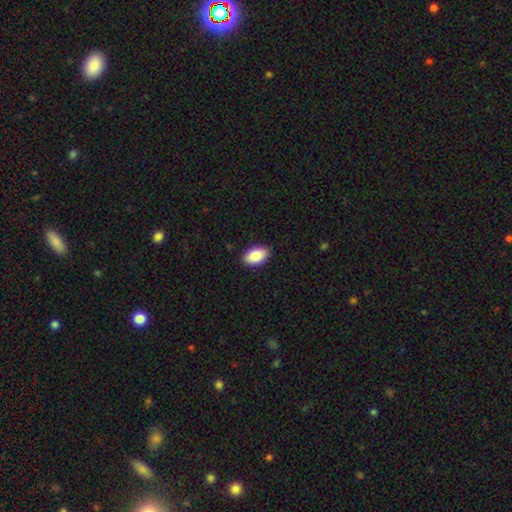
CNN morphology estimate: Smooth or featured?
  - smooth: 84% *
  - featured or disk: 9%
  - star or artifact: 7%
How rounded?
  - in between: 93% *
  - round: 5%
  - cigar-shaped: 2%
Merging?
  - none: 88% *
  - minor disturbance: 9%
  - major disturbance: 2%
  - merger: 1%